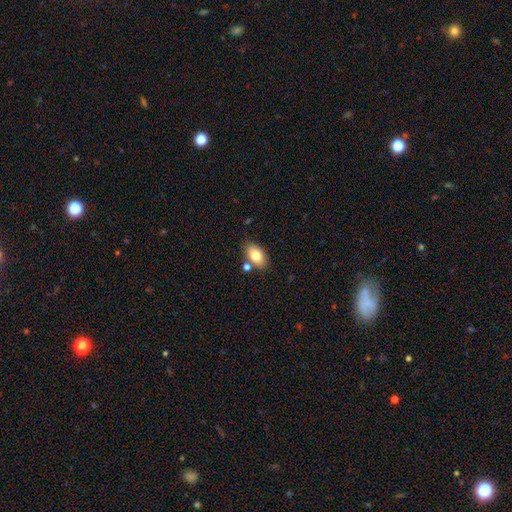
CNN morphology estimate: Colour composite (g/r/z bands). It shows a smooth galaxy with no disk features (79%) that is in between round and cigar-shaped (91%). Merging: none (73%).